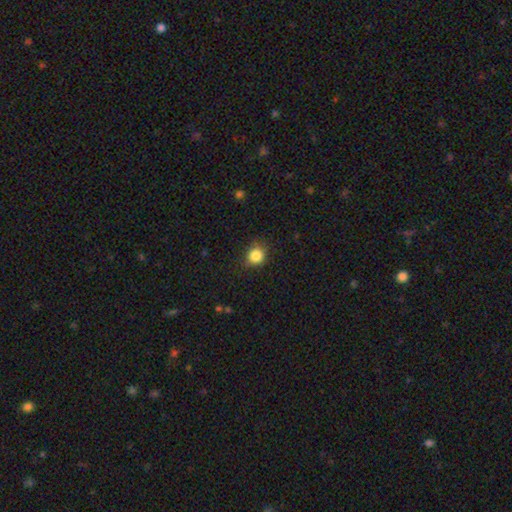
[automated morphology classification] The model was most divided on "merging": none: 73%, minor disturbance: 21%, major disturbance: 5%, merger: 1%. More confident: smooth or featured — smooth (85%); how rounded — round (84%).